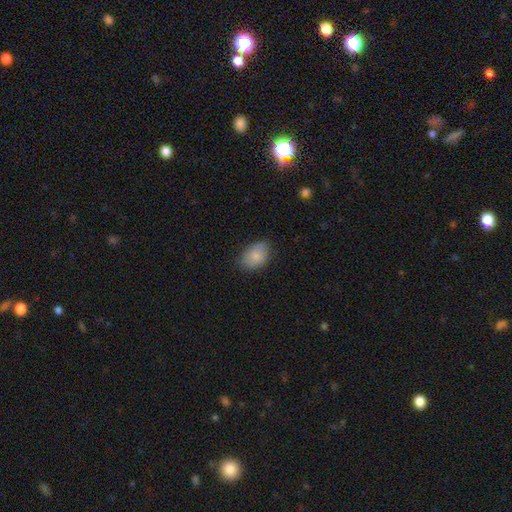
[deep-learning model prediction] A smooth galaxy with no disk features (85%) that is in between round and cigar-shaped (84%).

Vote fractions:
- Smooth or featured? smooth: 85% / featured or disk: 8% / star or artifact: 7%
- How rounded? in between: 84% / round: 15% / cigar-shaped: 1%
- Merging? none: 77% / minor disturbance: 18% / major disturbance: 4% / merger: 1%